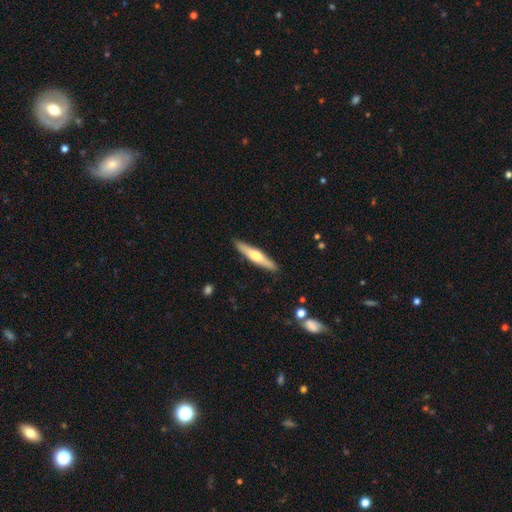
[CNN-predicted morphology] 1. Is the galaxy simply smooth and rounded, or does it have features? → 50% featured or disk, 45% smooth, 5% star or artifact.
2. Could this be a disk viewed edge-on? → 94% yes, 6% no.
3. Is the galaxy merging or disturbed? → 90% none, 8% minor disturbance, 2% major disturbance, 1% merger.